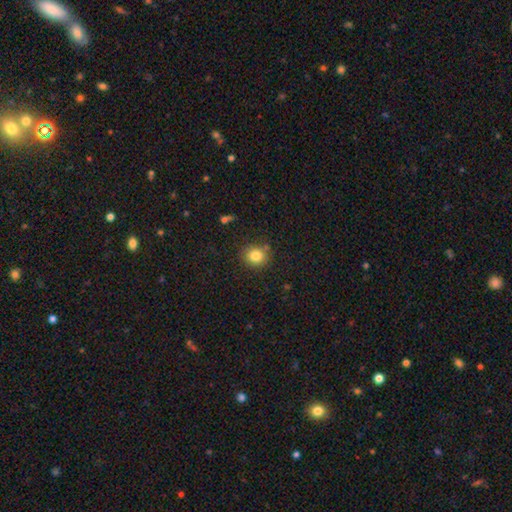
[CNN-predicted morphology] The model was most divided on "how rounded": round: 81%, in between: 18%, cigar-shaped: 1%. More confident: smooth or featured — smooth (82%); merging — none (81%).